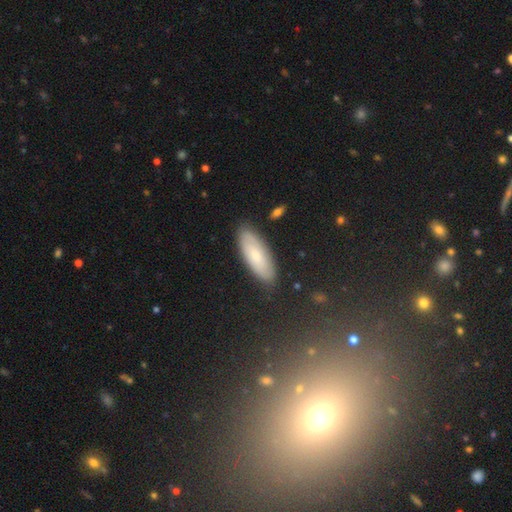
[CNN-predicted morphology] The model was most divided on "smooth or featured": smooth: 67%, featured or disk: 26%, star or artifact: 7%. More confident: merging — none (85%); how rounded — in between (72%).